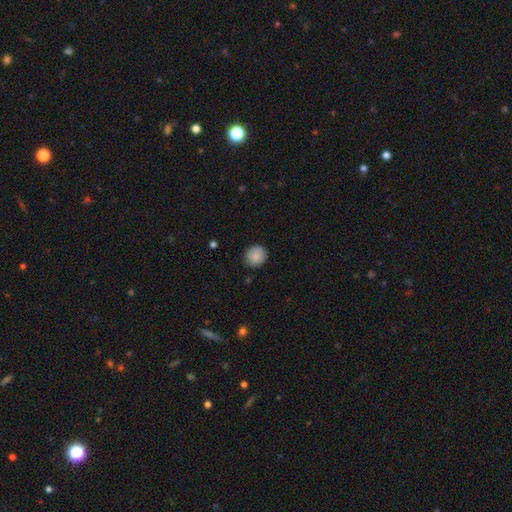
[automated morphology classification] This is clearly a smooth galaxy (87%). How rounded: clearly round (85%). Merging: clearly none (85%).